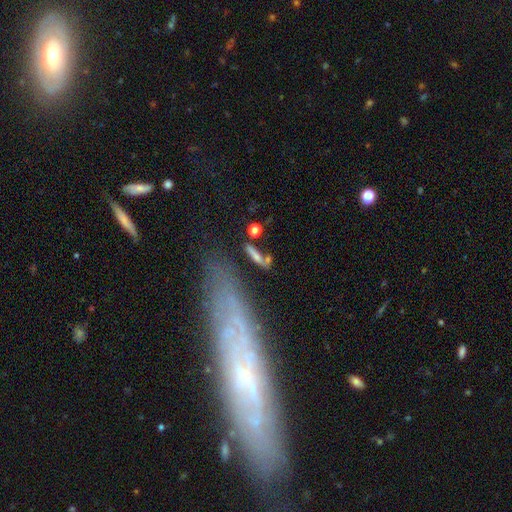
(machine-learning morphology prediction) The model was most divided on "merging": none: 56%, merger: 18%, minor disturbance: 16%, major disturbance: 10%. More confident: how rounded — cigar-shaped (66%); smooth or featured — smooth (63%).